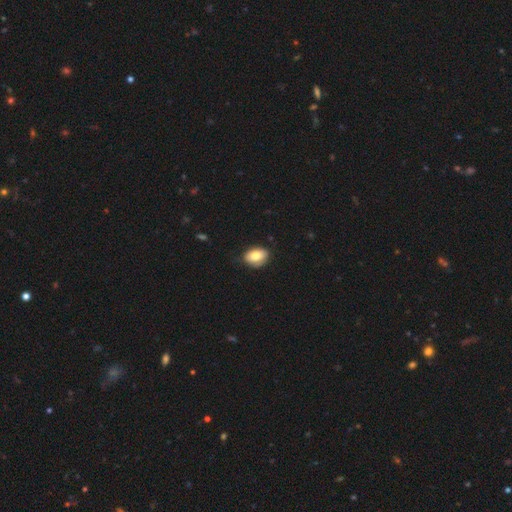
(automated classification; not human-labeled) A smooth galaxy with no disk features (80%) that is in between round and cigar-shaped (78%).

Vote fractions:
- Smooth or featured? smooth: 80% / featured or disk: 13% / star or artifact: 7%
- How rounded? in between: 78% / round: 21% / cigar-shaped: 1%
- Merging? none: 74% / minor disturbance: 21% / major disturbance: 4% / merger: 1%